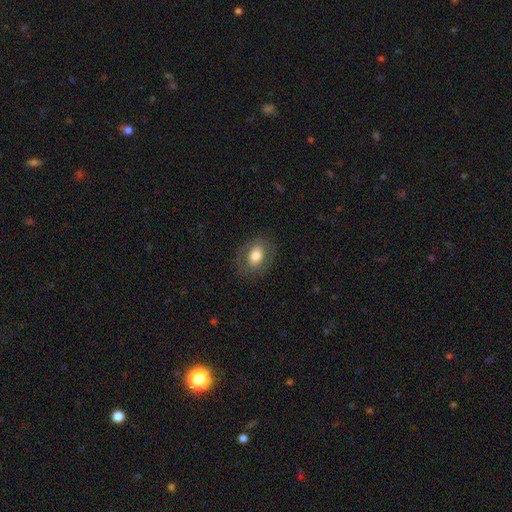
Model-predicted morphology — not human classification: A smooth galaxy with no disk features (70%) that is in between round and cigar-shaped (70%).

Vote fractions:
- Smooth or featured? smooth: 70% / featured or disk: 22% / star or artifact: 8%
- How rounded? in between: 70% / round: 28% / cigar-shaped: 1%
- Merging? none: 81% / minor disturbance: 13% / major disturbance: 6% / merger: 1%